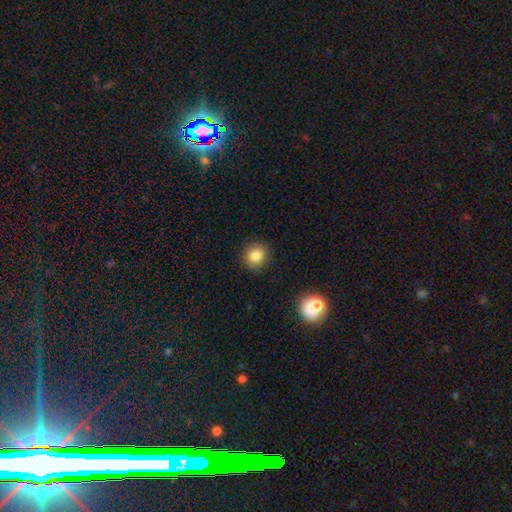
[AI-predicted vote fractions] Morphology: type=smooth (85%); roundness=round (83%); merging=none (89%).